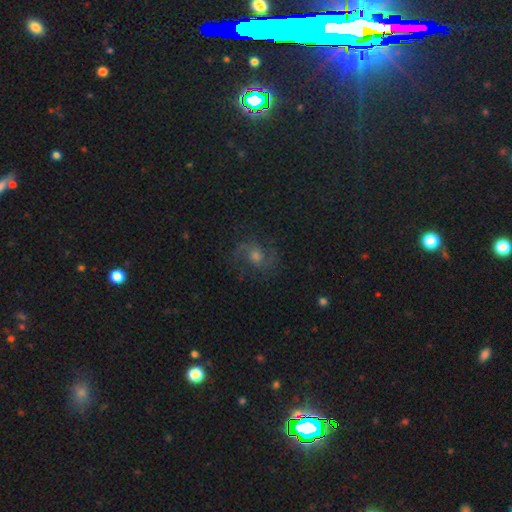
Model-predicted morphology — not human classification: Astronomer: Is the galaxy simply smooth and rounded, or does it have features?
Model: featured or disk — 65%.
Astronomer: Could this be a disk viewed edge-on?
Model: no — 97%.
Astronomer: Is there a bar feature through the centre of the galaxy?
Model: no — 61%.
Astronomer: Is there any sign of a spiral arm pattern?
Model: yes — 94%.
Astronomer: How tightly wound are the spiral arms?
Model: medium — 55%.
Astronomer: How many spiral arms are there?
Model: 2 — 82%.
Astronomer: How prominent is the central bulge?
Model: moderate — 56%.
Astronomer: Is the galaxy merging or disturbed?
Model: none — 74%.